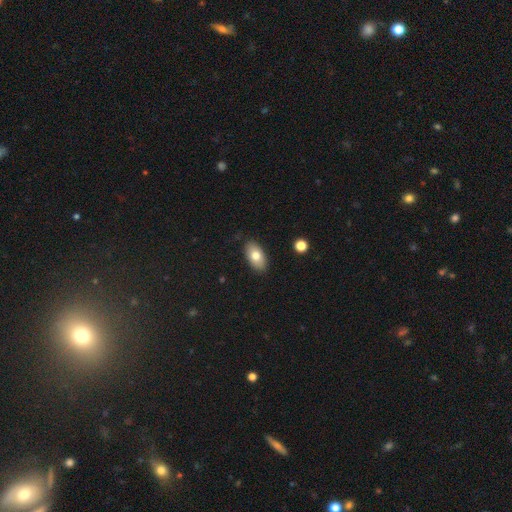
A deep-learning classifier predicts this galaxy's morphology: Overall: smooth (76%). How rounded: in between (92%). Merging: none (87%).